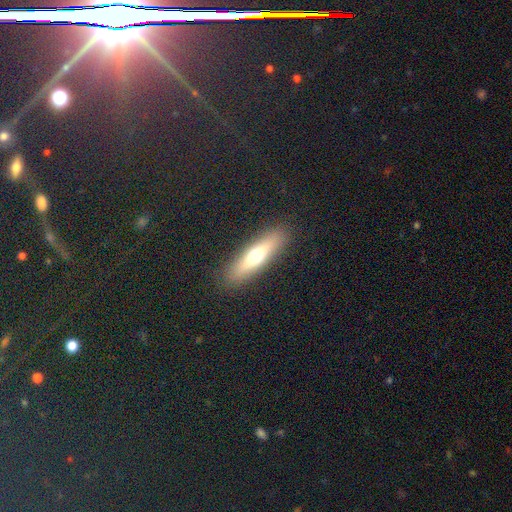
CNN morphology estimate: type=smooth (53%); roundness=cigar-shaped (70%); merging=none (89%).